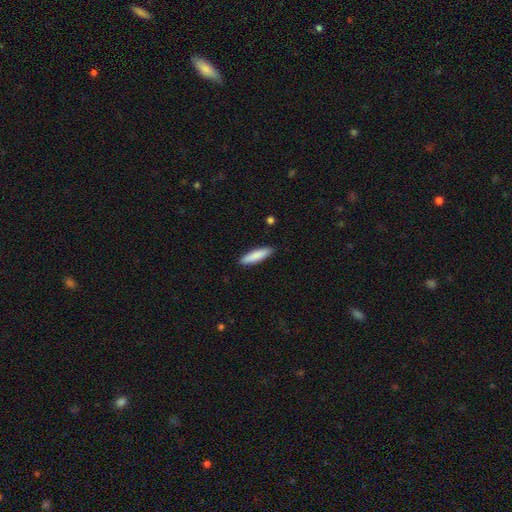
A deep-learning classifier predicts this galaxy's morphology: type=smooth (86%); roundness=cigar-shaped (69%); merging=none (89%).